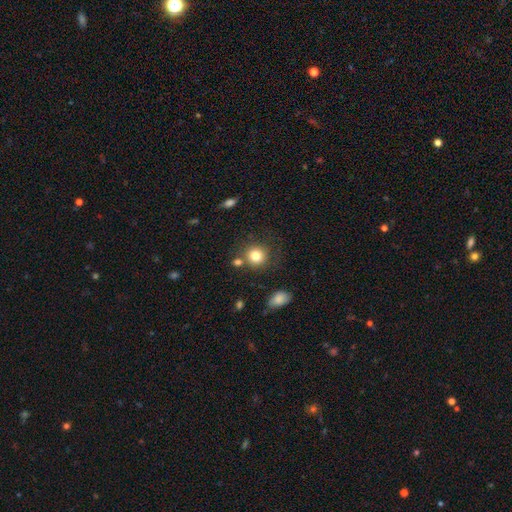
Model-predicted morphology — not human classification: Smooth or featured? smooth (82%)
How rounded? round (88%)
Merging? none (75%)